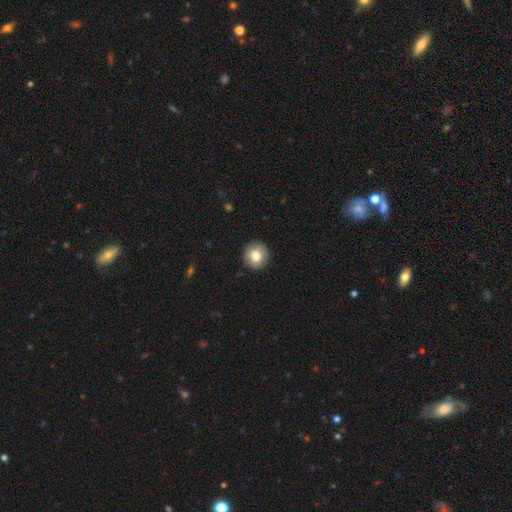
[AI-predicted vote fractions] Overall: smooth (81%). How rounded: round (92%). Merging: none (90%).